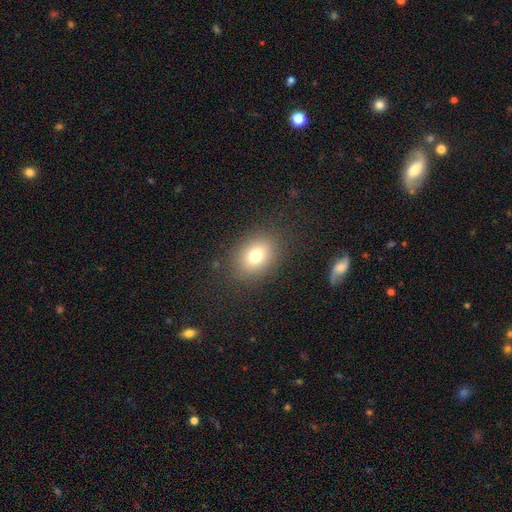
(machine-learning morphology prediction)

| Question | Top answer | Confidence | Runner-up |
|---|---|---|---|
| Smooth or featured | smooth | 76% | star or artifact (13%) |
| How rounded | in between | 64% | round (35%) |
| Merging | none | 85% | minor disturbance (9%) |